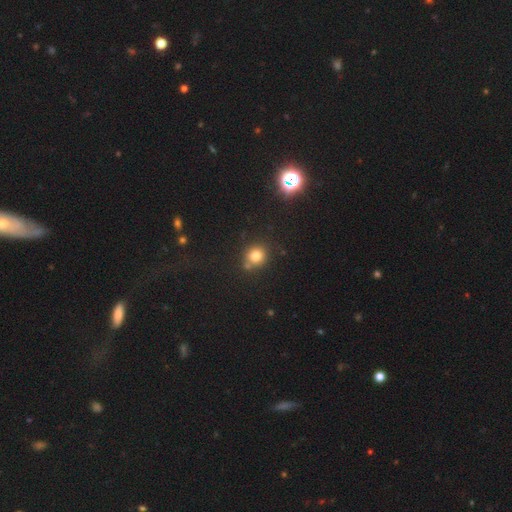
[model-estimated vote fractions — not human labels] This is likely a smooth galaxy (77%). How rounded: clearly round (87%). Merging: likely none (74%).